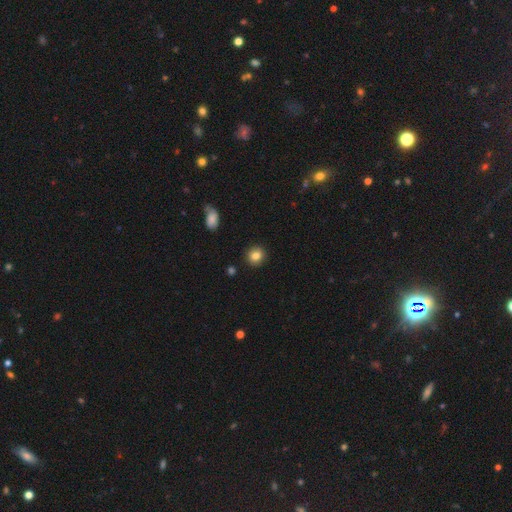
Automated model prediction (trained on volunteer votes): The model was most divided on "smooth or featured": smooth: 84%, star or artifact: 10%, featured or disk: 6%. More confident: merging — none (91%); how rounded — round (88%).